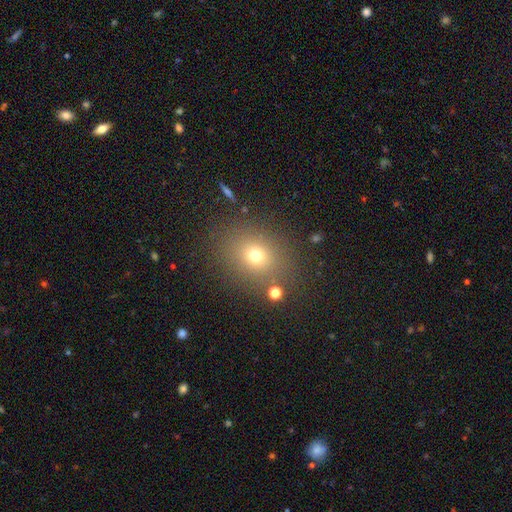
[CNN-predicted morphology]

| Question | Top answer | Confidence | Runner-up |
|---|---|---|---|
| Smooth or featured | smooth | 69% | star or artifact (20%) |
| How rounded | round | 65% | in between (34%) |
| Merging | none | 82% | minor disturbance (10%) |